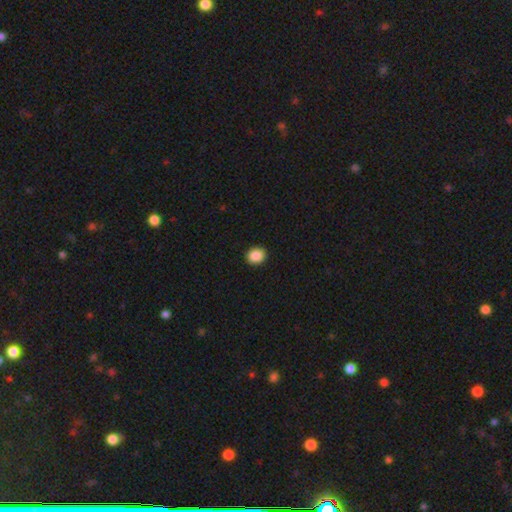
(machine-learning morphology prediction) type=smooth (89%); roundness=round (71%); merging=none (92%).